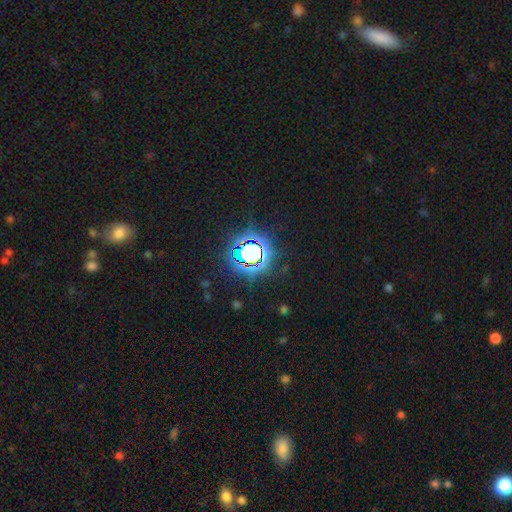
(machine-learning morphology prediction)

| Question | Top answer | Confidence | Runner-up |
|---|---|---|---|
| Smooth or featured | star or artifact | 77% | smooth (14%) |